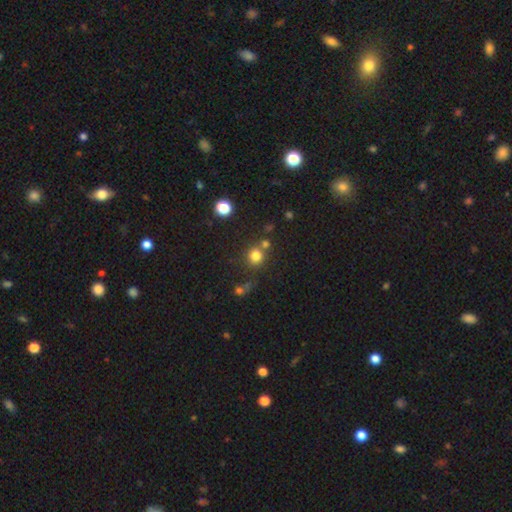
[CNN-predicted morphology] Smooth or featured?
  - smooth: 78% *
  - star or artifact: 15%
  - featured or disk: 7%
How rounded?
  - round: 89% *
  - in between: 10%
  - cigar-shaped: 1%
Merging?
  - none: 65% *
  - merger: 20%
  - minor disturbance: 11%
  - major disturbance: 5%